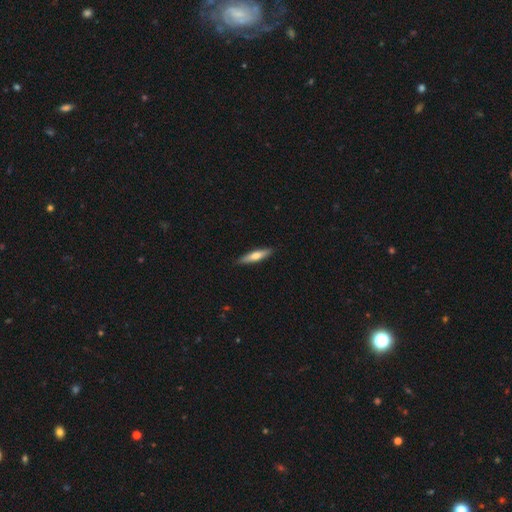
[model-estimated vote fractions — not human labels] A smooth galaxy with no disk features (61%) that is cigar-shaped (80%). Merging: none (90%).